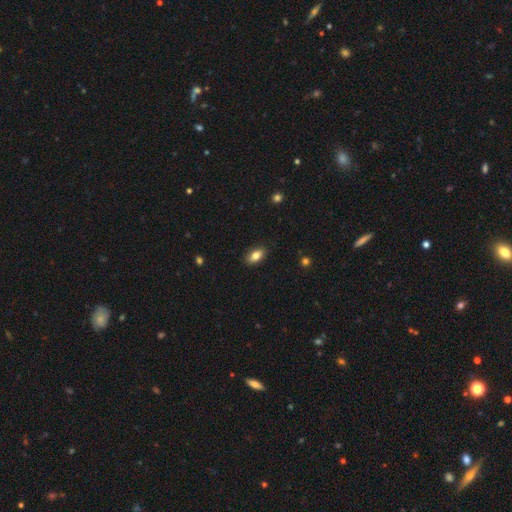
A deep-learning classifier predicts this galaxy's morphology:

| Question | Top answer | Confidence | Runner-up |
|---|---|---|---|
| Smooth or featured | smooth | 82% | featured or disk (10%) |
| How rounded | in between | 89% | round (7%) |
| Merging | none | 88% | minor disturbance (9%) |